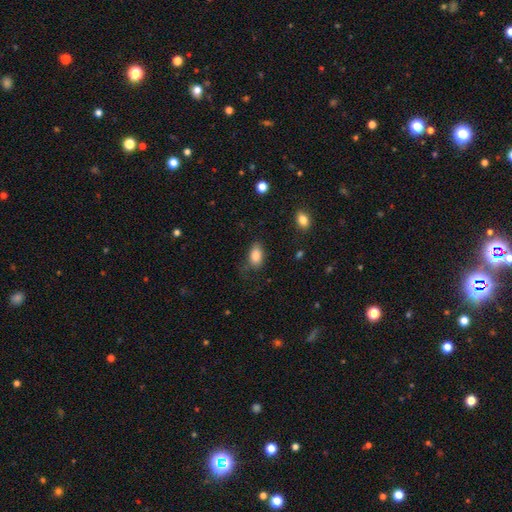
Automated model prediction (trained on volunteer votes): smooth 84%, star or artifact 9%, featured or disk 8%. Down the decision tree: how rounded — in between (90%); merging — none (66%).